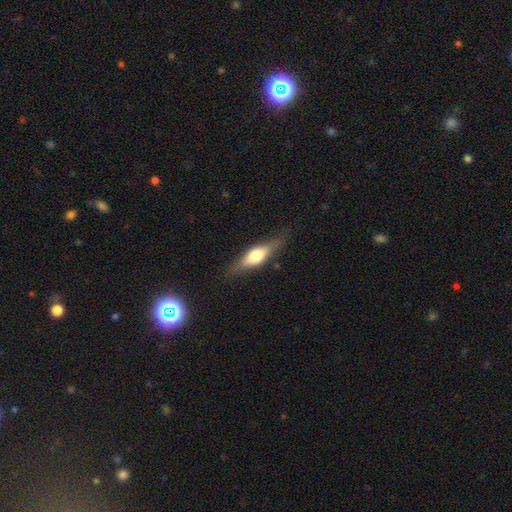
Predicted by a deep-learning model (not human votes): A featured or disk galaxy (49%). Merging: none (81%).